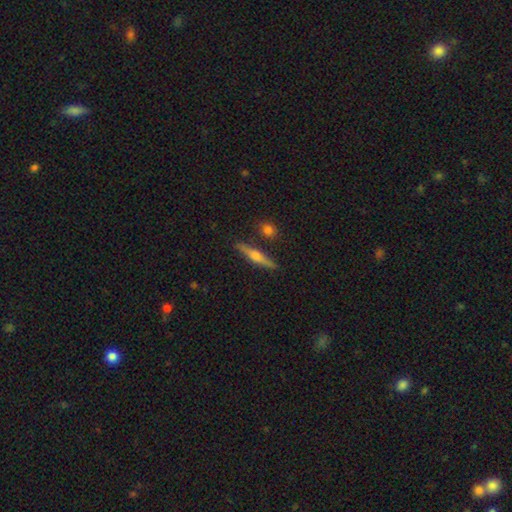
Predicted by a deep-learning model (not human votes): Smooth or featured? featured or disk (63%)
Edge-on disk? yes (97%)
Edge-on bulge? rounded (86%)
Merging? none (86%)